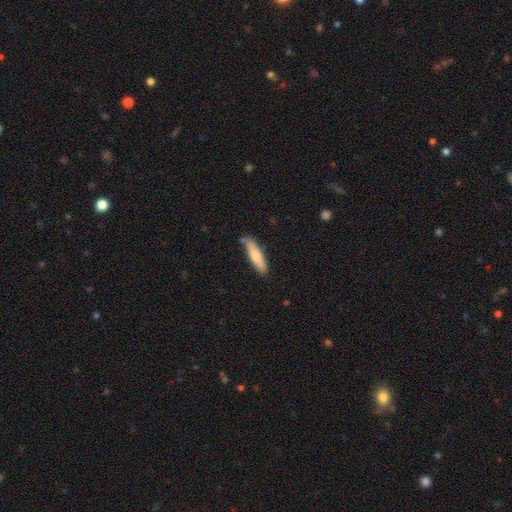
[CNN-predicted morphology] type=smooth (71%); roundness=cigar-shaped (75%); merging=none (74%).